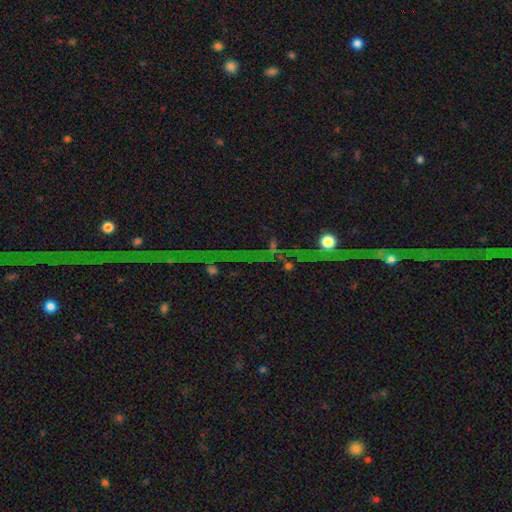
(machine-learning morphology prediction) This appears to be a star or artifact, not a galaxy (72%).